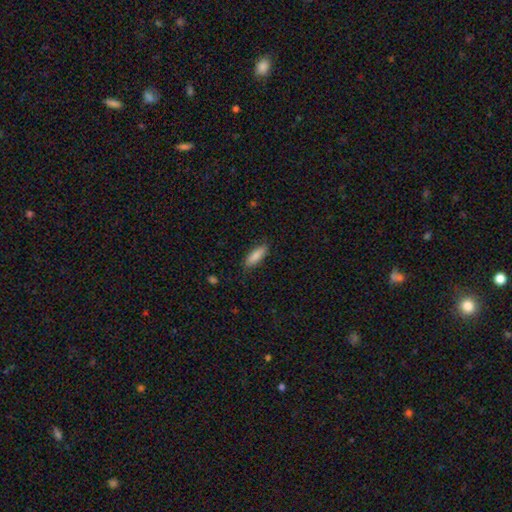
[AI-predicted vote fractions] Morphology: type=smooth (86%); roundness=in between (57%); merging=none (85%).